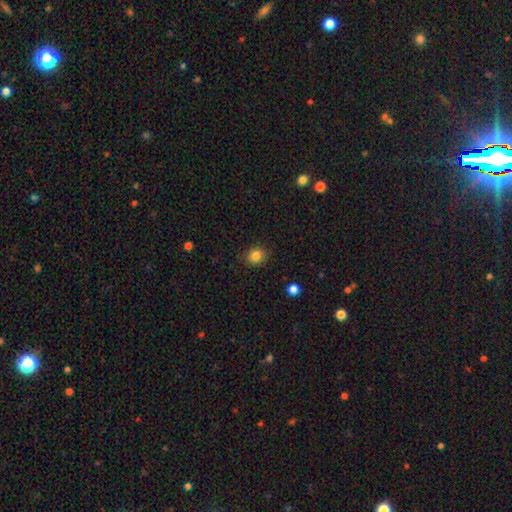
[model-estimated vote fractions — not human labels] smooth 84%, star or artifact 11%, featured or disk 5%. Down the decision tree: how rounded — round (68%); merging — none (87%).